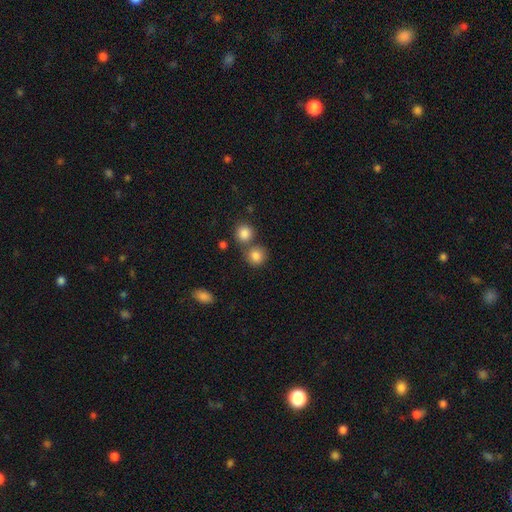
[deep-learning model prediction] Smooth or featured: smooth — 85% (star or artifact — 10%)
How rounded: round — 86% (in between — 13%)
Merging: none — 61% (merger — 28%)